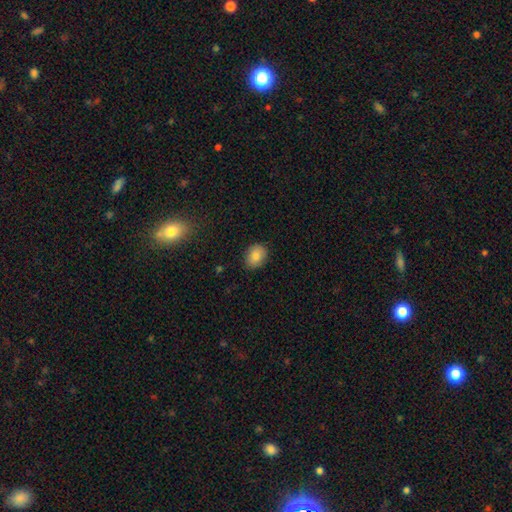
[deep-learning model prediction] smooth_or_featured: smooth (p=0.83) [alt: star or artifact p=0.09]
how_rounded: in between (p=0.61) [alt: round p=0.38]
merging: none (p=0.86) [alt: minor disturbance p=0.11]